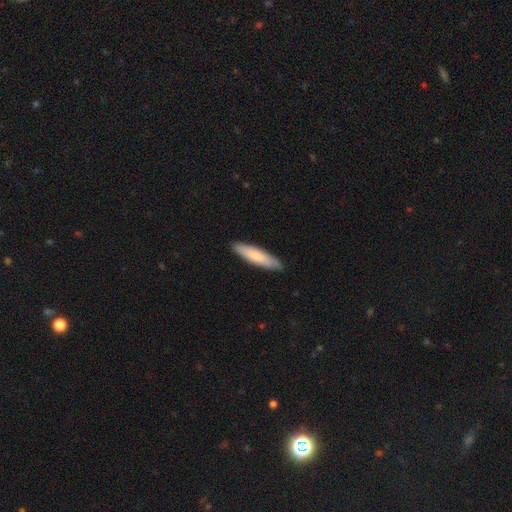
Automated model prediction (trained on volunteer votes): Smooth or featured? smooth (76%)
How rounded? cigar-shaped (78%)
Merging? none (88%)